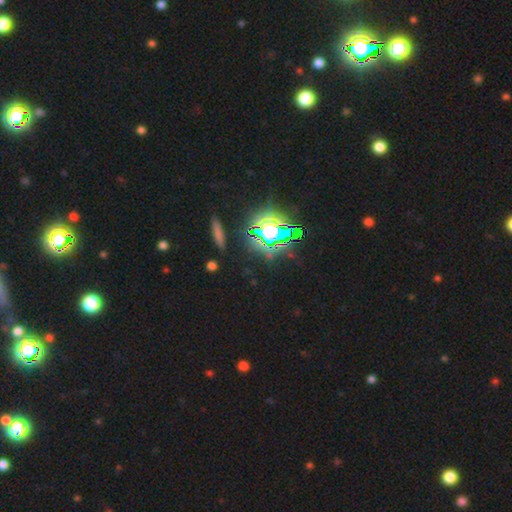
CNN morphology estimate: star or artifact 83%, smooth 10%, featured or disk 7%.